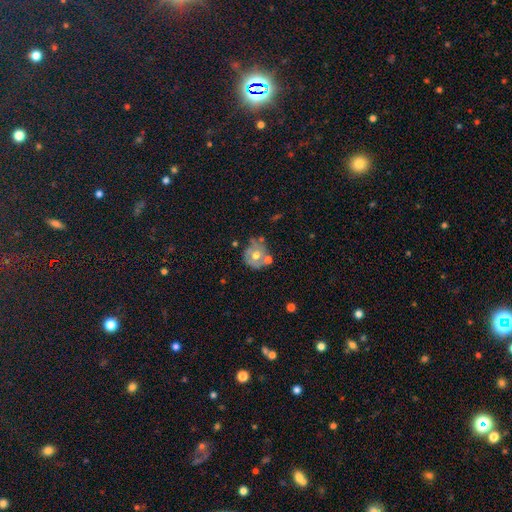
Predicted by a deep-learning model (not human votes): The model was most divided on "smooth or featured": featured or disk: 48%, smooth: 44%, star or artifact: 8%. Remaining: merging — none (49%).